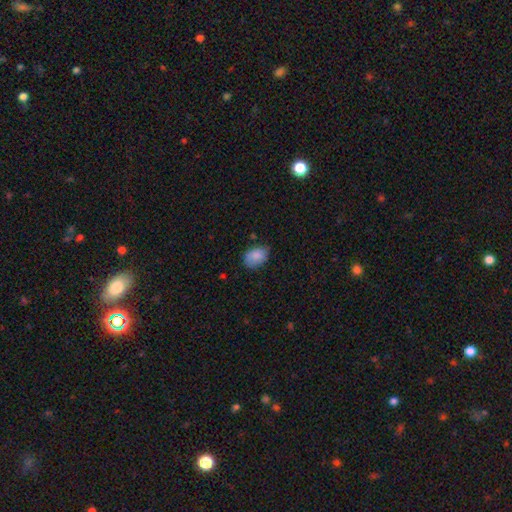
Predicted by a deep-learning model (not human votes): This is clearly a smooth galaxy (85%). How rounded: clearly in between (82%). Merging: likely none (68%).